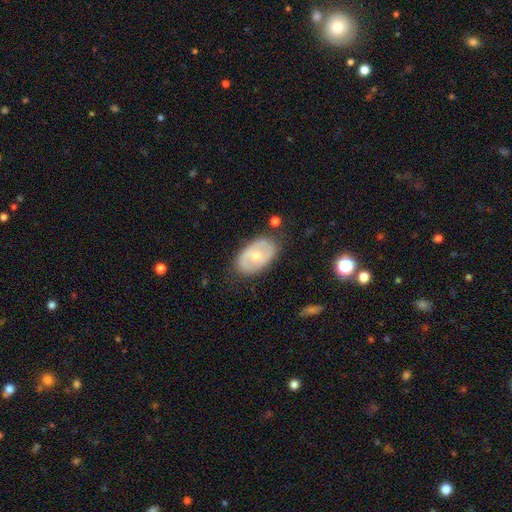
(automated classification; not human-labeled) smooth_or_featured: featured or disk (p=0.53) [alt: smooth p=0.41]
disk_edge_on: no (p=0.91) [alt: yes p=0.09]
merging: none (p=0.78) [alt: minor disturbance p=0.16]